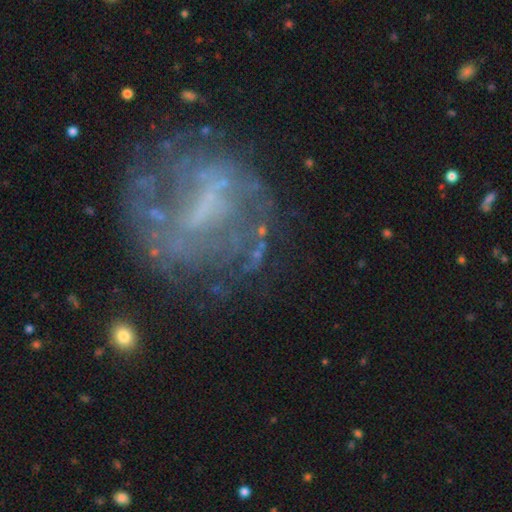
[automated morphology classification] The model was most divided on "bulge size": small: 39%, none: 37%, moderate: 18%, large: 4%, dominant: 2%. Remaining: edge-on disk — no (96%); spiral arms — yes (71%); smooth or featured — featured or disk (68%); merging — none (62%); bar — no (38%).